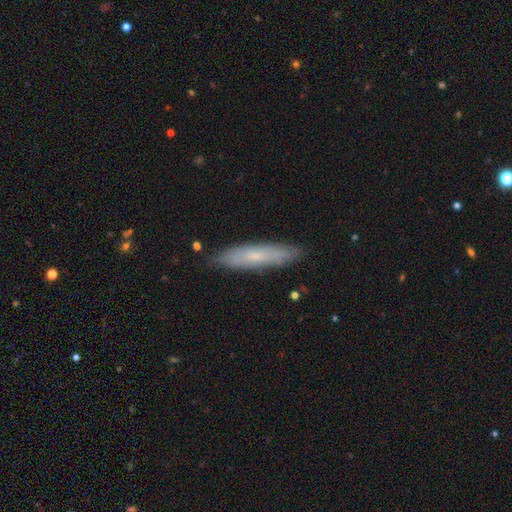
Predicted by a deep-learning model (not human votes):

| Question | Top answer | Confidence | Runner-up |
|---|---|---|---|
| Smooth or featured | smooth | 61% | featured or disk (32%) |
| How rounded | cigar-shaped | 84% | in between (15%) |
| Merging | none | 86% | minor disturbance (11%) |